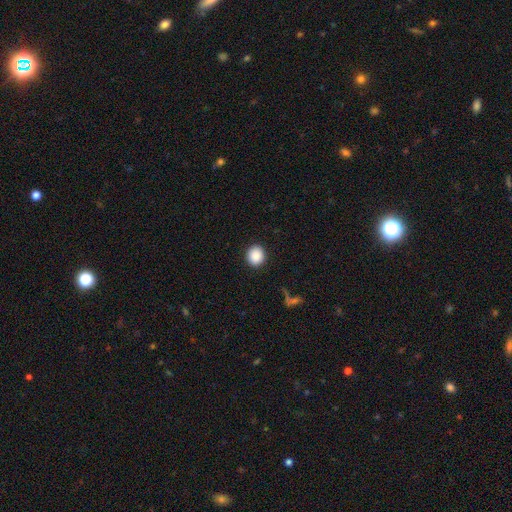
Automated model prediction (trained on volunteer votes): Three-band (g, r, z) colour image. It shows a smooth galaxy with no disk features (89%) that is round (82%). Merging: none (91%).